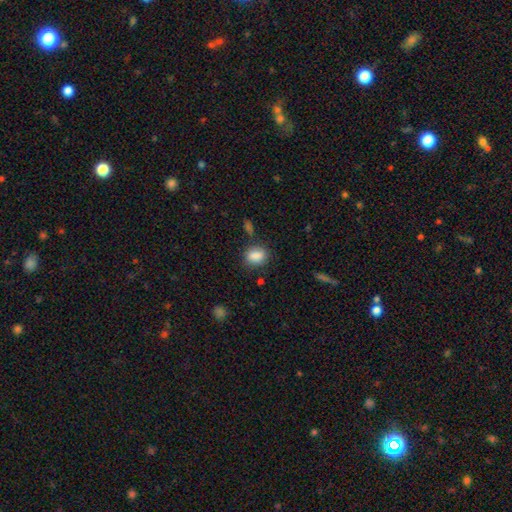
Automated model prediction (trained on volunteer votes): The model was most divided on "how rounded": in between: 67%, round: 31%, cigar-shaped: 2%. More confident: smooth or featured — smooth (86%); merging — none (75%).